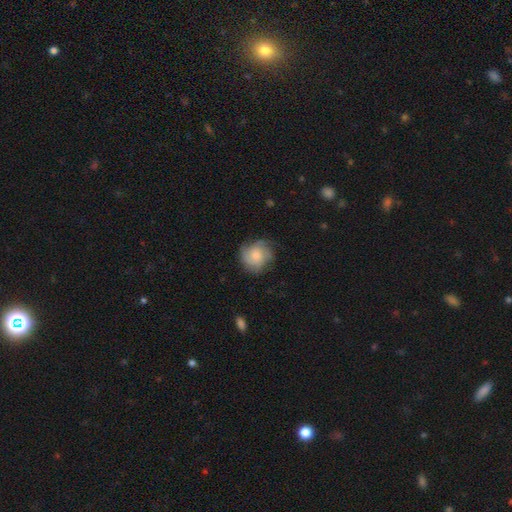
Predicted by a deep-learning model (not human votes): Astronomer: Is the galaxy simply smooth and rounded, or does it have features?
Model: featured or disk — 52% (runner-up: smooth, 40%).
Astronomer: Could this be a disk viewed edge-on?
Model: no — 98%.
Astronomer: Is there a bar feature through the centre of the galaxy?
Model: no — 78%.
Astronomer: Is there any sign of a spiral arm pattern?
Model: yes — 87%.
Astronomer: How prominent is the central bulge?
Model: moderate — 49% (runner-up: small, 36%).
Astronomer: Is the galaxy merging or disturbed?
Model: none — 71%.